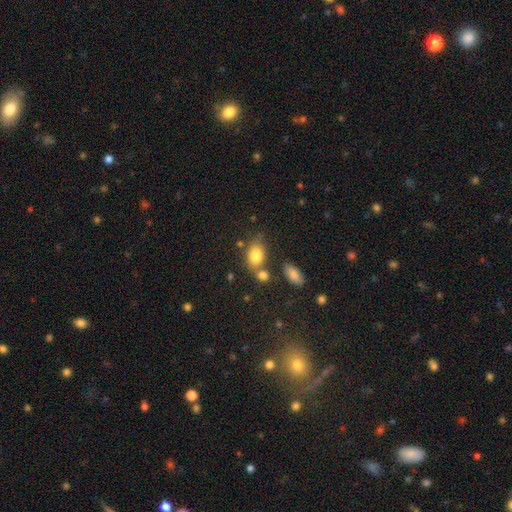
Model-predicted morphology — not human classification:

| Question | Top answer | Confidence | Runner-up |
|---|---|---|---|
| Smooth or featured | smooth | 82% | featured or disk (9%) |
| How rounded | in between | 82% | round (15%) |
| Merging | none | 55% | merger (24%) |